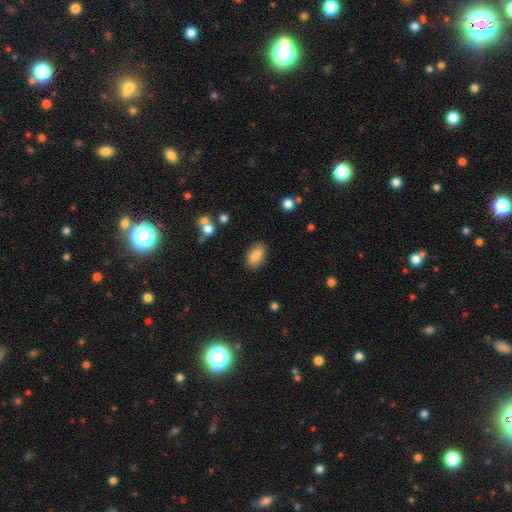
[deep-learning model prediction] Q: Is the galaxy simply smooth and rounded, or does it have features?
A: smooth — 83%.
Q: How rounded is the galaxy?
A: in between — 90%.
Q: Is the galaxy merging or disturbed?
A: none — 83%.